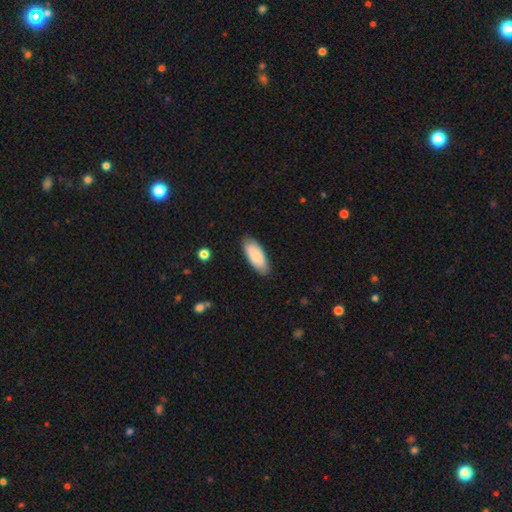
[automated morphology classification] A smooth galaxy with no disk features (86%) that is in between round and cigar-shaped (81%). Merging: none (85%).